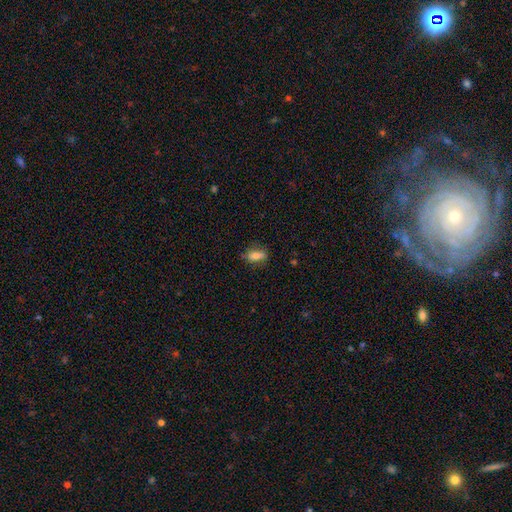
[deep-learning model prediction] smooth 74%, featured or disk 16%, star or artifact 9%. Down the decision tree: how rounded — in between (73%); merging — none (72%).